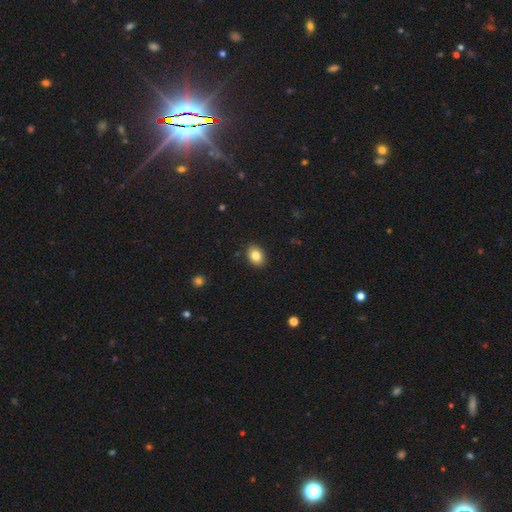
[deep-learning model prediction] The model was most divided on "how rounded": in between: 72%, round: 27%, cigar-shaped: 1%. More confident: merging — none (89%); smooth or featured — smooth (84%).